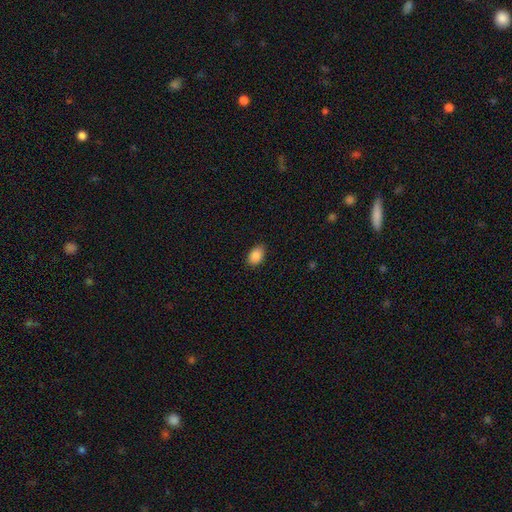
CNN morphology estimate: smooth 88%, star or artifact 8%, featured or disk 4%. Down the decision tree: how rounded — in between (85%); merging — none (85%).